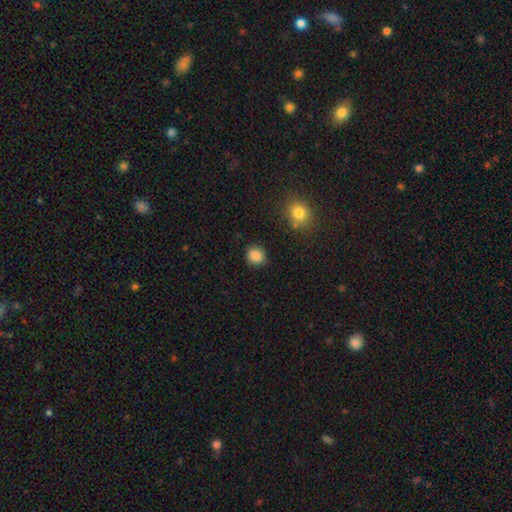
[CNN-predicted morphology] smooth-or-featured: smooth: 85% | star or artifact: 10% | featured or disk: 4%
  how-rounded: round: 85% | in between: 14% | cigar-shaped: 1%
  merging: none: 86% | minor disturbance: 10% | major disturbance: 3% | merger: 2%